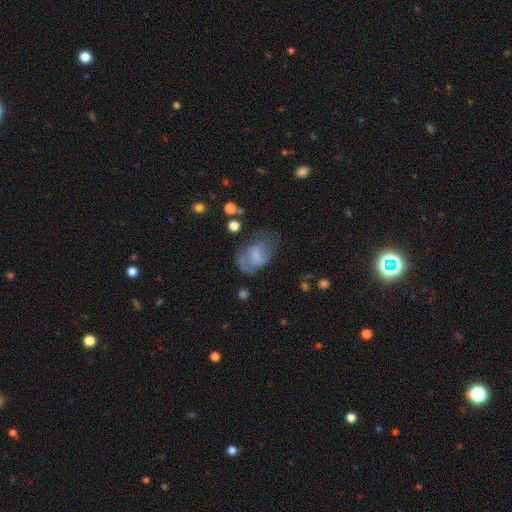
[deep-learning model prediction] smooth-or-featured: smooth: 48% | featured or disk: 42% | star or artifact: 9%
  merging: none: 40% | major disturbance: 29% | minor disturbance: 28% | merger: 4%